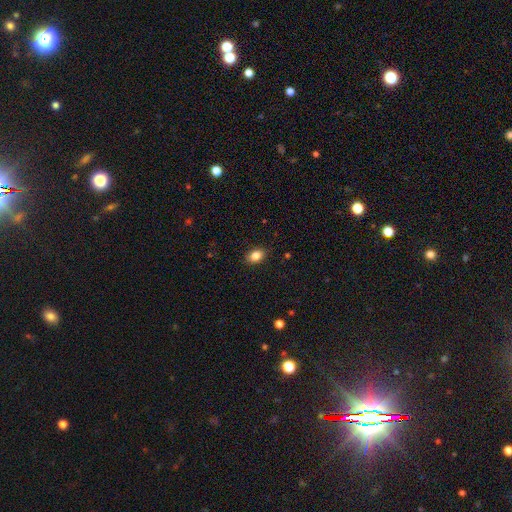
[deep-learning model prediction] Smooth or featured? smooth (85%)
How rounded? in between (81%)
Merging? none (87%)